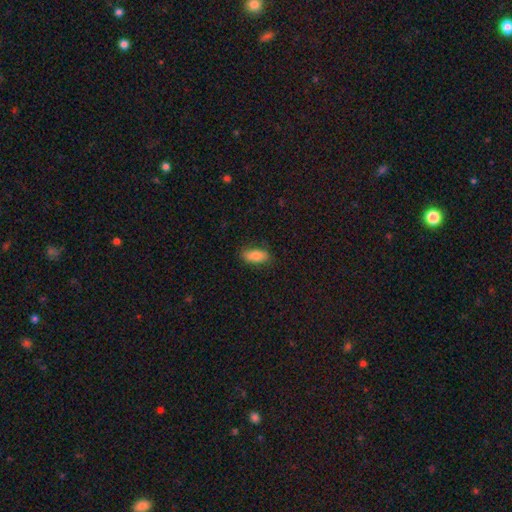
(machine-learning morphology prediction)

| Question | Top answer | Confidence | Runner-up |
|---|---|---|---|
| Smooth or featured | smooth | 82% | featured or disk (11%) |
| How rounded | in between | 84% | cigar-shaped (13%) |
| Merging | none | 80% | minor disturbance (15%) |